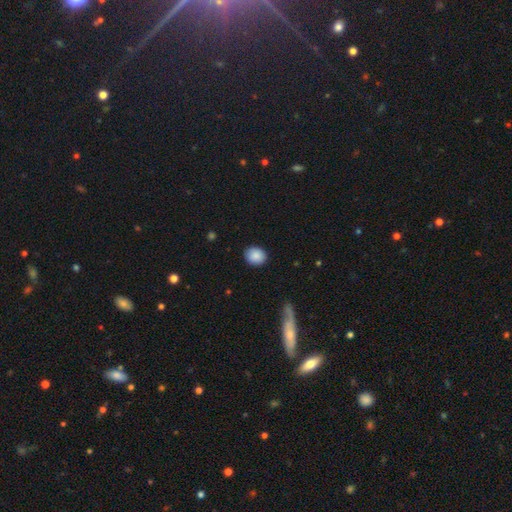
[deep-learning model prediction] Overall: smooth (88%). How rounded: round (69%; in between 30%). Merging: none (87%).